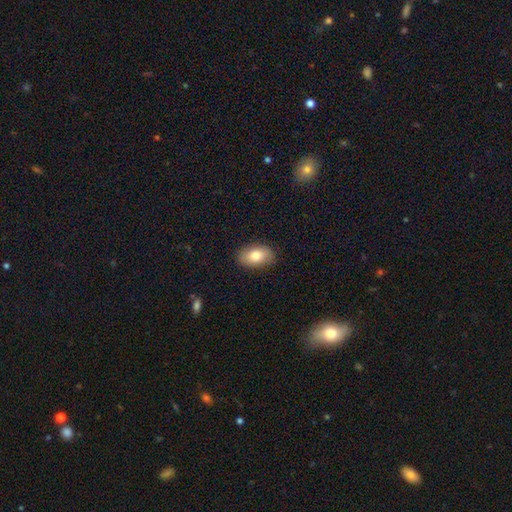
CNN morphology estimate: smooth 80%, featured or disk 14%, star or artifact 7%. Down the decision tree: how rounded — in between (91%); merging — none (86%).